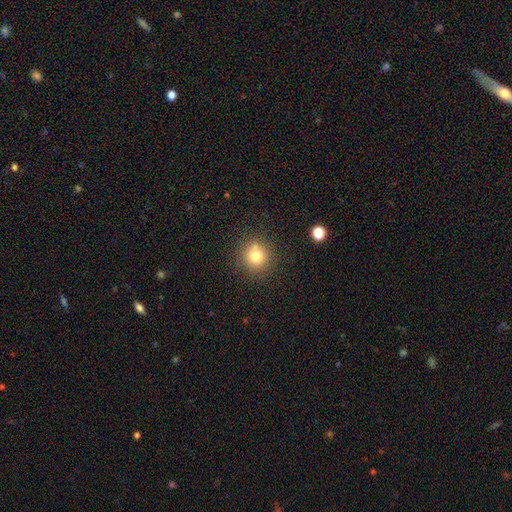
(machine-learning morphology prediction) Overall: smooth (77%). How rounded: round (91%). Merging: none (79%).